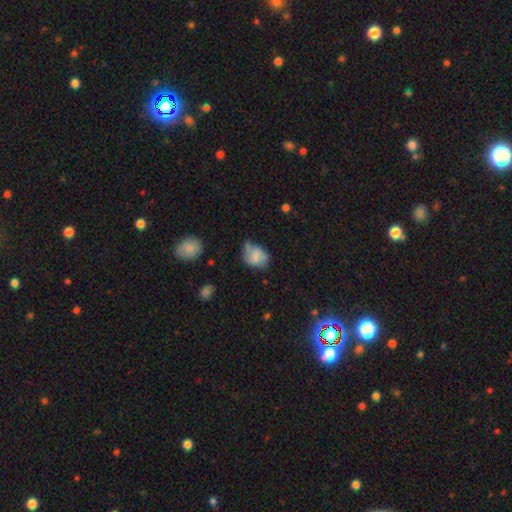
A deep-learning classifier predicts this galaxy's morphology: type=smooth (66%); roundness=in between (64%); merging=none (40%).